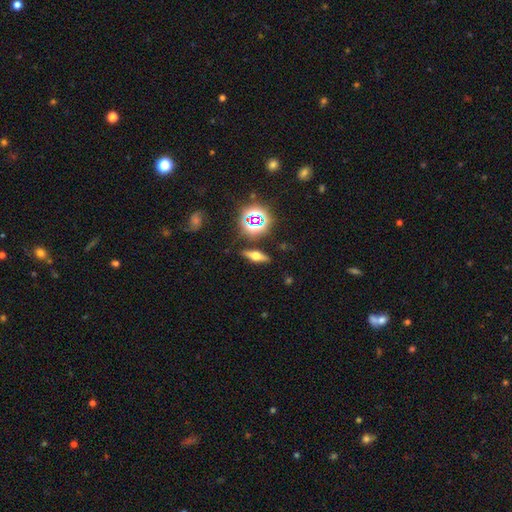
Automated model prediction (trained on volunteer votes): This appears to be a featured or disk galaxy (41%). Merging: none (85%).